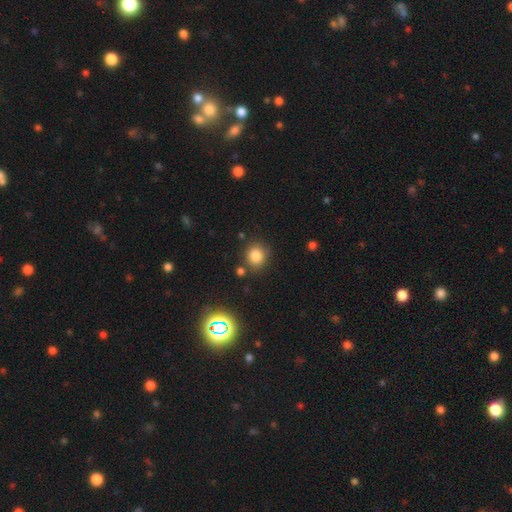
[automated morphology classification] Q: Smooth or featured?
A: smooth (82%); runner-up: star or artifact (13%)
Q: How rounded?
A: round (79%); runner-up: in between (20%)
Q: Merging?
A: none (80%); runner-up: minor disturbance (11%)